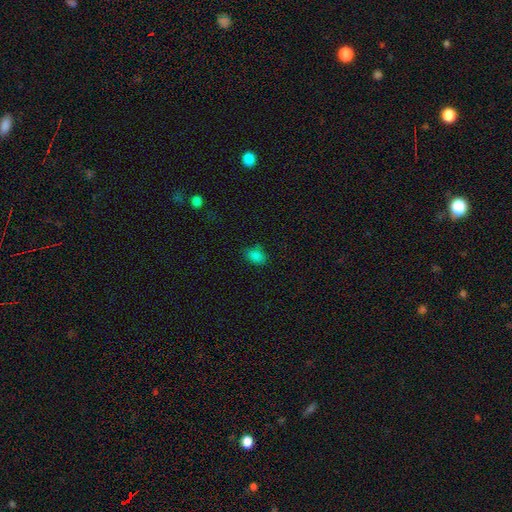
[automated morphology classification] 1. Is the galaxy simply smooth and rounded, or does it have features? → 81% smooth, 15% star or artifact, 4% featured or disk.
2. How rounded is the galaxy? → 73% in between, 26% round, 1% cigar-shaped.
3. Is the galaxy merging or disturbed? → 75% none, 18% minor disturbance, 4% major disturbance, 3% merger.